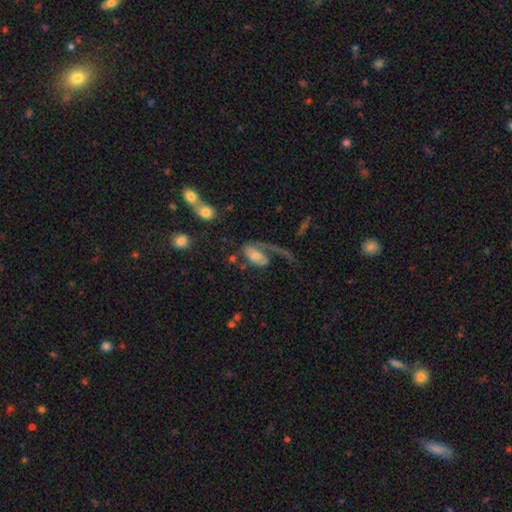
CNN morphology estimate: Smooth or featured?
  - featured or disk: 63% *
  - smooth: 29%
  - star or artifact: 8%
Edge-on disk?
  - no: 96% *
  - yes: 4%
Bar?
  - no: 63% *
  - weak: 28%
  - strong: 9%
Spiral arms?
  - yes: 80% *
  - no: 20%
Bulge size?
  - moderate: 49% *
  - small: 34%
  - large: 9%
  - none: 5%
  - dominant: 2%
Merging?
  - major disturbance: 55% *
  - none: 25%
  - minor disturbance: 13%
  - merger: 7%